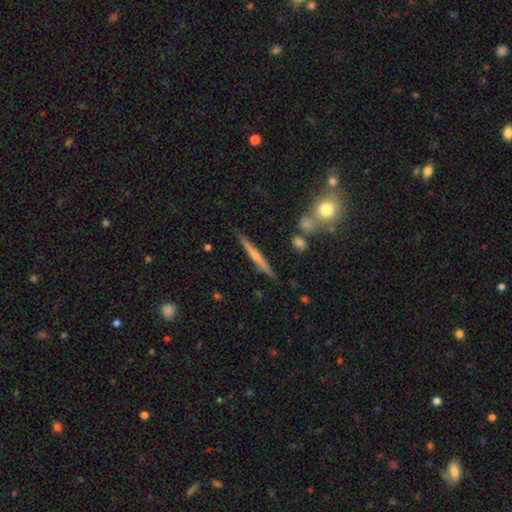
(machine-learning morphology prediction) Smooth or featured? featured or disk (54%)
Edge-on disk? yes (96%)
Edge-on bulge? rounded (47%)
Merging? none (86%)